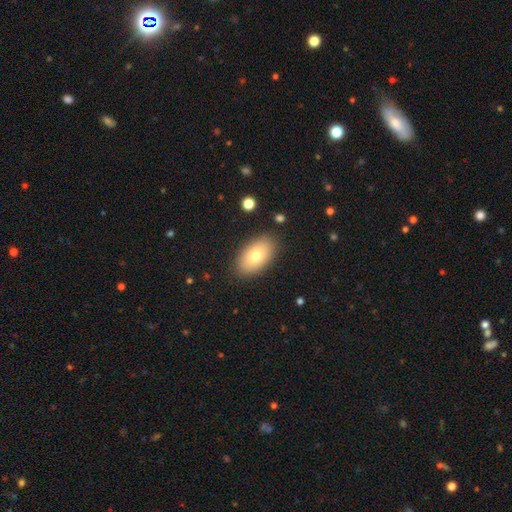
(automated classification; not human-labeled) Q: Smooth or featured?
A: smooth (75%); runner-up: featured or disk (18%)
Q: How rounded?
A: in between (93%); runner-up: round (5%)
Q: Merging?
A: none (87%); runner-up: minor disturbance (9%)